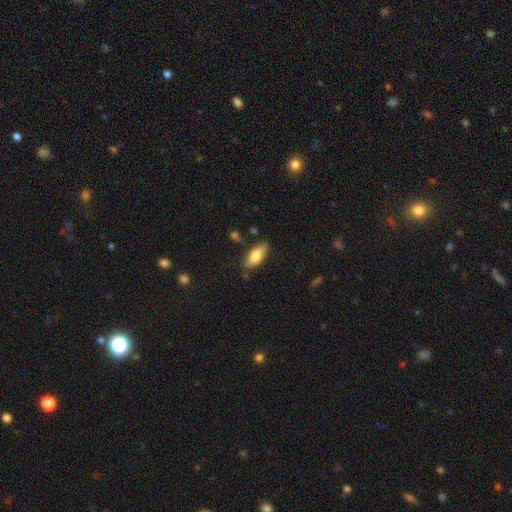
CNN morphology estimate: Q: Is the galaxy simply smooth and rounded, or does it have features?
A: smooth — 74%.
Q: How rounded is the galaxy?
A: in between — 79%.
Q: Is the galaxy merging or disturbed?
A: none — 78%.